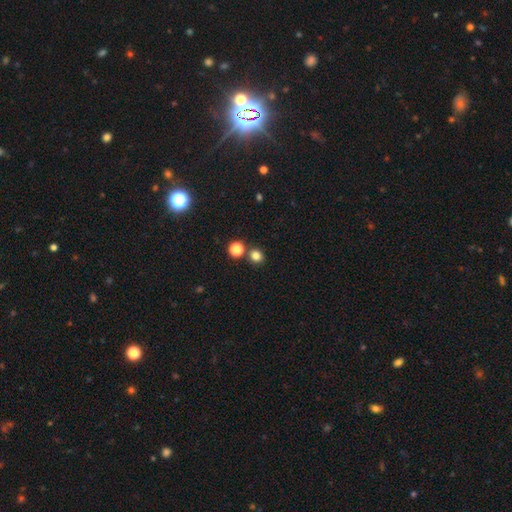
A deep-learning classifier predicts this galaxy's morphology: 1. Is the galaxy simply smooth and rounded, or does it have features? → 79% smooth, 16% star or artifact, 5% featured or disk.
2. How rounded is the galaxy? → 79% round, 20% in between, 1% cigar-shaped.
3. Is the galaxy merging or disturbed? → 77% none, 14% merger, 7% minor disturbance, 3% major disturbance.